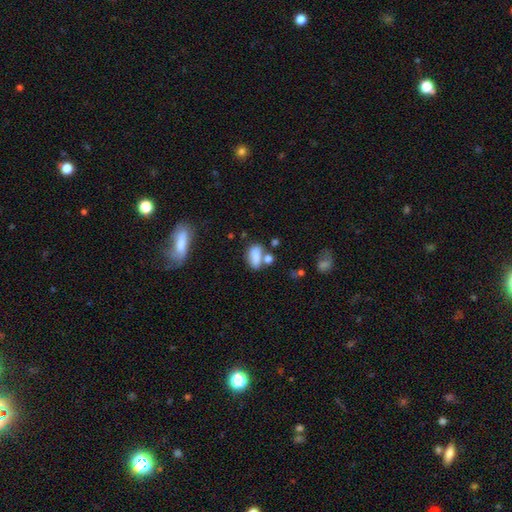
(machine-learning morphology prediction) This is likely a smooth galaxy (78%). How rounded: clearly in between (81%). Merging: possibly none (47%).